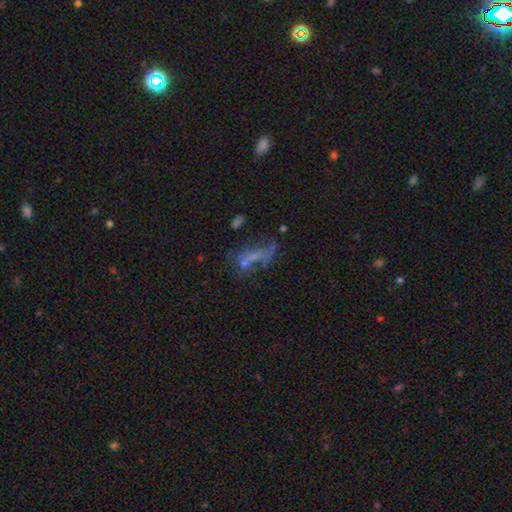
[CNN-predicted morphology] Smooth or featured? Predicted: featured or disk (p=0.43). Merging? Predicted: none (p=0.34).